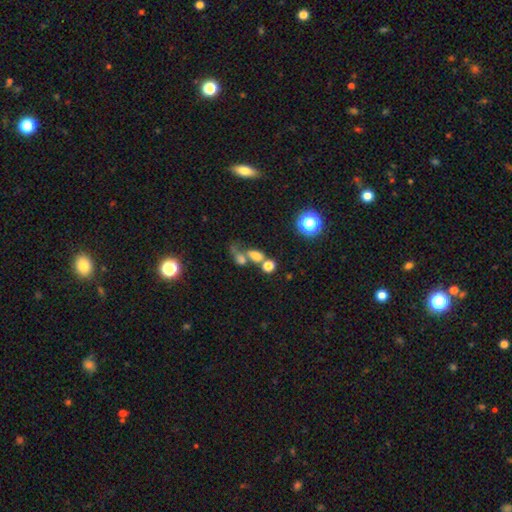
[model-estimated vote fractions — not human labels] smooth-or-featured: smooth: 64% | star or artifact: 19% | featured or disk: 17%
  how-rounded: in between: 61% | round: 34% | cigar-shaped: 5%
  merging: merger: 51% | none: 25% | major disturbance: 15% | minor disturbance: 10%